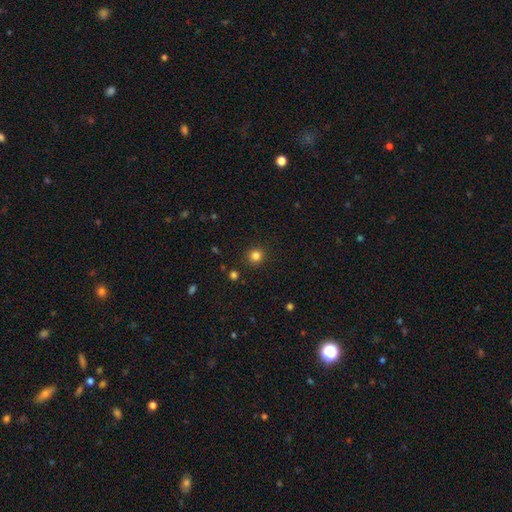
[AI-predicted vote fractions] Smooth or featured? Predicted: smooth (p=0.82). How rounded? Predicted: round (p=0.92). Merging? Predicted: none (p=0.90).